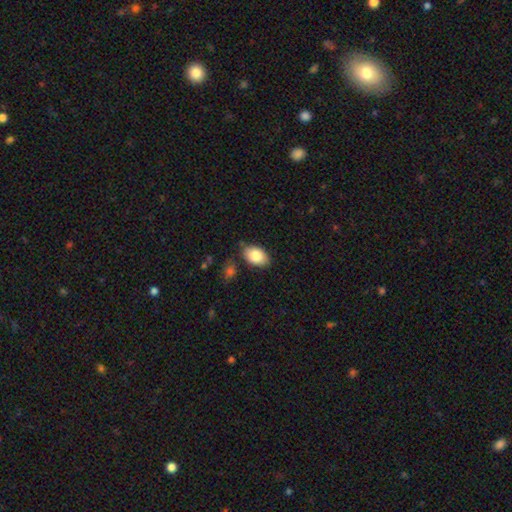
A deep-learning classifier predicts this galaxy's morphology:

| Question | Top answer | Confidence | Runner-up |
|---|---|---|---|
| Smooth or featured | smooth | 84% | featured or disk (9%) |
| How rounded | in between | 90% | round (8%) |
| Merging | none | 80% | minor disturbance (14%) |